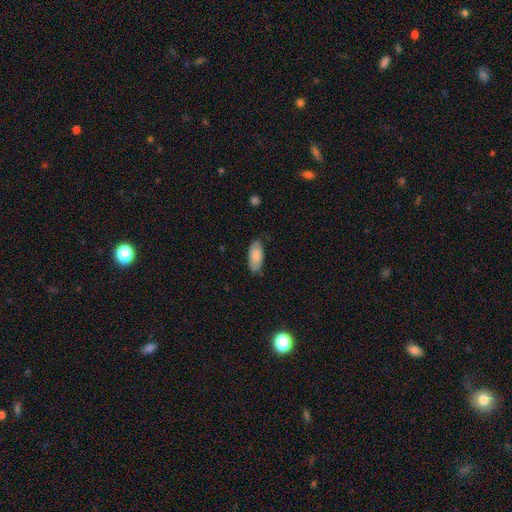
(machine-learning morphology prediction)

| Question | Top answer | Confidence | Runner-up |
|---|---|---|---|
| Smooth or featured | smooth | 86% | featured or disk (8%) |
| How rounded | in between | 88% | cigar-shaped (10%) |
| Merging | none | 73% | minor disturbance (22%) |